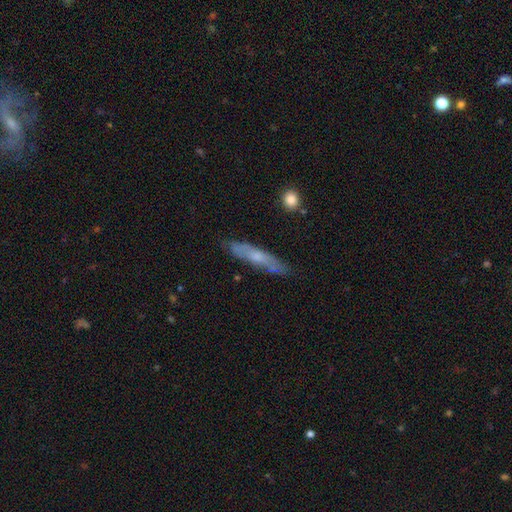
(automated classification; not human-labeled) featured or disk 49%, smooth 45%, star or artifact 6%. Down the decision tree: merging — none (78%).